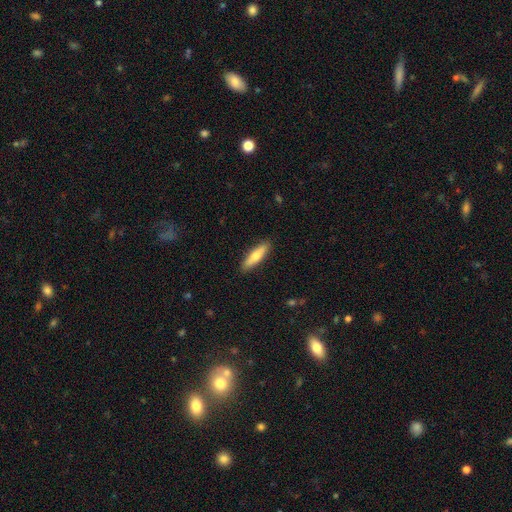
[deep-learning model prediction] A smooth galaxy with no disk features (68%) that is cigar-shaped (70%).

Vote fractions:
- Smooth or featured? smooth: 68% / featured or disk: 26% / star or artifact: 5%
- How rounded? cigar-shaped: 70% / in between: 28% / round: 2%
- Merging? none: 90% / minor disturbance: 8% / major disturbance: 2% / merger: 1%